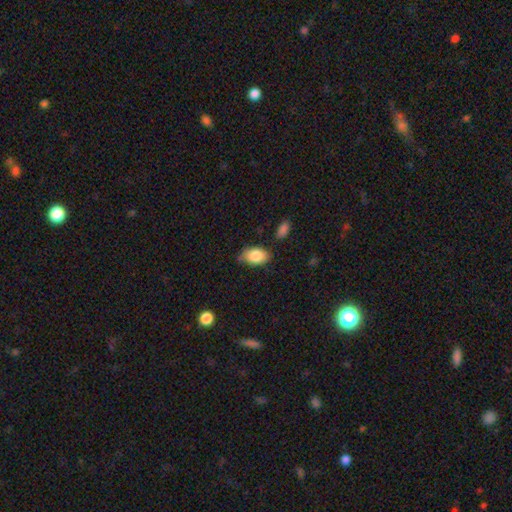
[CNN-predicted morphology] Smooth or featured?
  - smooth: 83% *
  - featured or disk: 11%
  - star or artifact: 7%
How rounded?
  - in between: 92% *
  - round: 7%
  - cigar-shaped: 2%
Merging?
  - none: 67% *
  - minor disturbance: 25%
  - major disturbance: 5%
  - merger: 3%